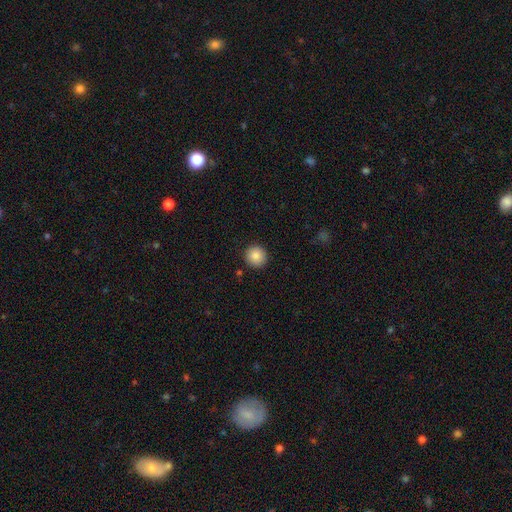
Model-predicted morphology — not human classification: The model was most divided on "smooth or featured": smooth: 87%, star or artifact: 8%, featured or disk: 4%. More confident: how rounded — round (95%); merging — none (91%).